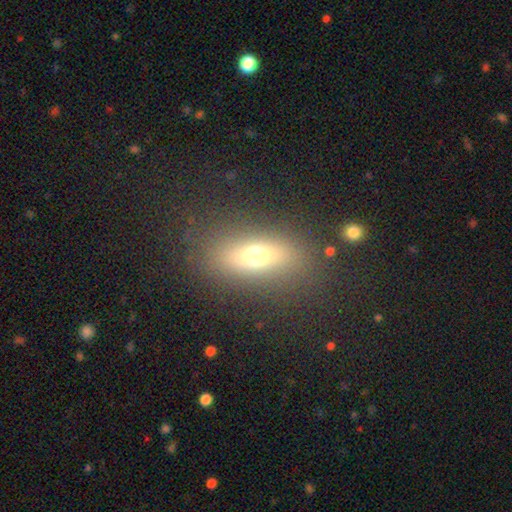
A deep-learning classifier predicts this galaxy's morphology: This appears to be a smooth galaxy with no disk features (61%) that is in between round and cigar-shaped (68%). Merging: none (82%).